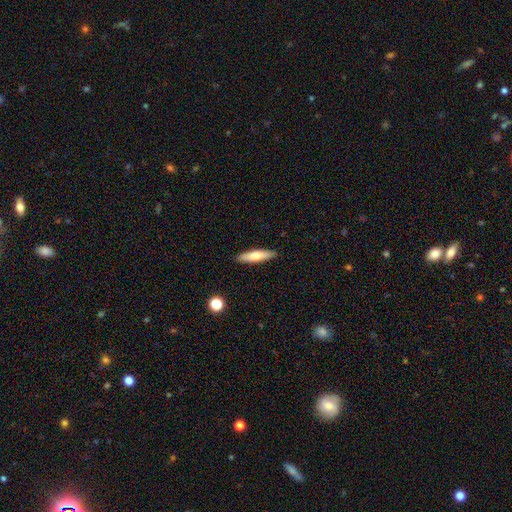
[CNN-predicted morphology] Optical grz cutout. It shows a smooth galaxy with no disk features (66%) that is cigar-shaped (79%). Merging: none (90%).